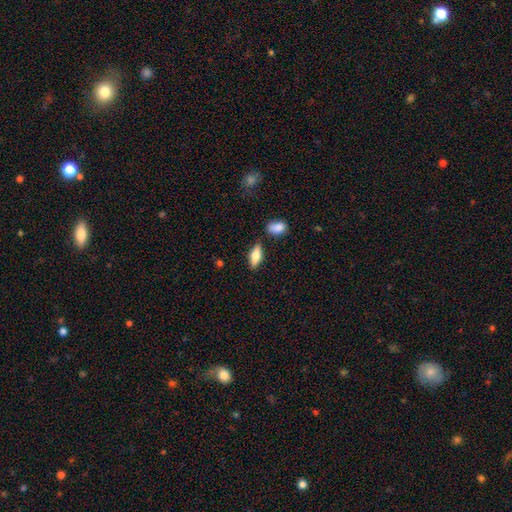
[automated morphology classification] smooth-or-featured: smooth: 66% | featured or disk: 27% | star or artifact: 7%
  how-rounded: in between: 72% | cigar-shaped: 25% | round: 3%
  merging: none: 80% | minor disturbance: 11% | merger: 5% | major disturbance: 3%